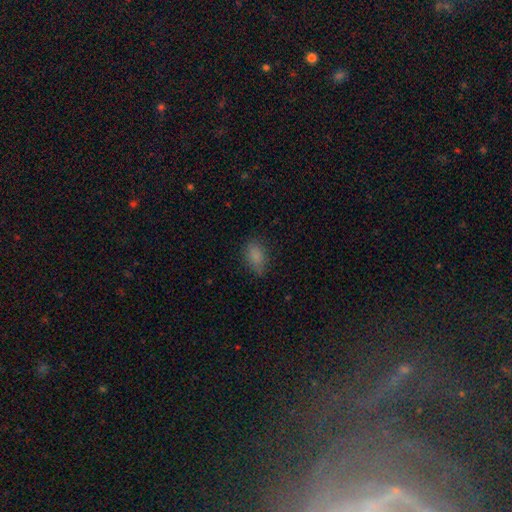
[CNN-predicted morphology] This is clearly a smooth galaxy (84%). How rounded: clearly in between (88%). Merging: likely none (74%).